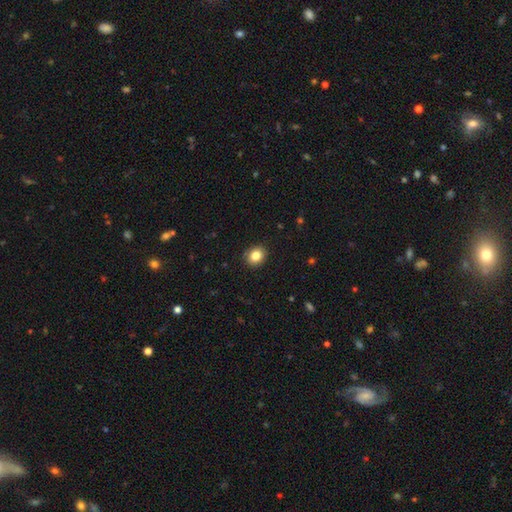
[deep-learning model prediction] Smooth or featured? Predicted: smooth (p=0.84). How rounded? Predicted: round (p=0.64). Merging? Predicted: none (p=0.89).